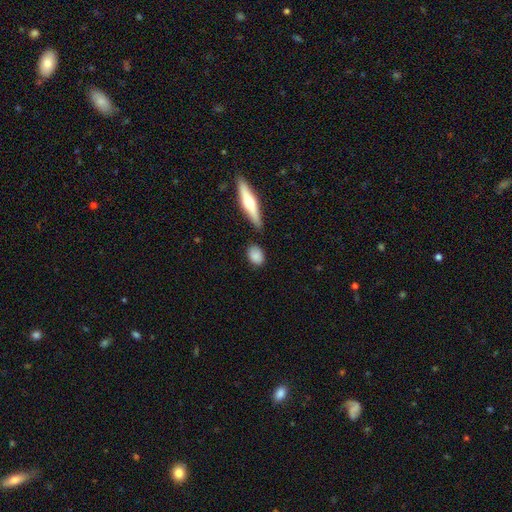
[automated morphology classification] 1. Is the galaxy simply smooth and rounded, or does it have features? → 83% smooth, 10% featured or disk, 7% star or artifact.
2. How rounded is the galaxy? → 61% in between, 34% round, 6% cigar-shaped.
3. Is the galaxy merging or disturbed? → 77% none, 14% minor disturbance, 6% merger, 3% major disturbance.